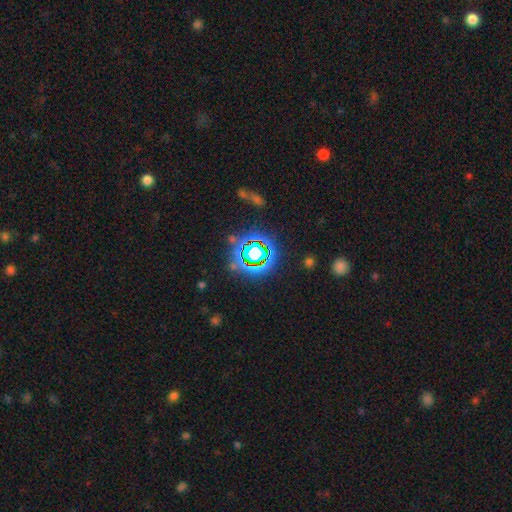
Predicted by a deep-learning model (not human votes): smooth-or-featured: star or artifact: 75% | smooth: 15% | featured or disk: 10%